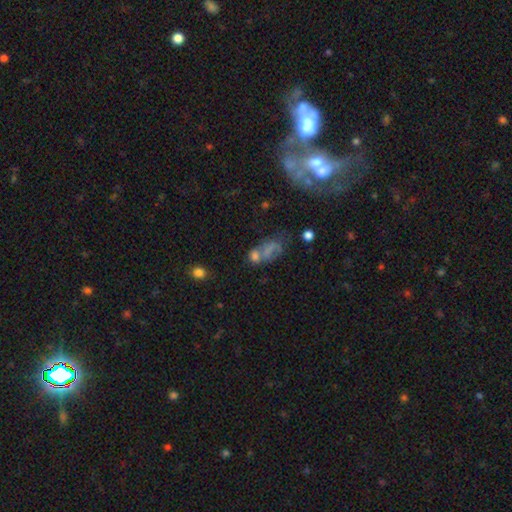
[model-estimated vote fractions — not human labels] Overall: smooth (60%; featured or disk 23%). How rounded: in between (73%). Merging: merger (45%; none 24%).